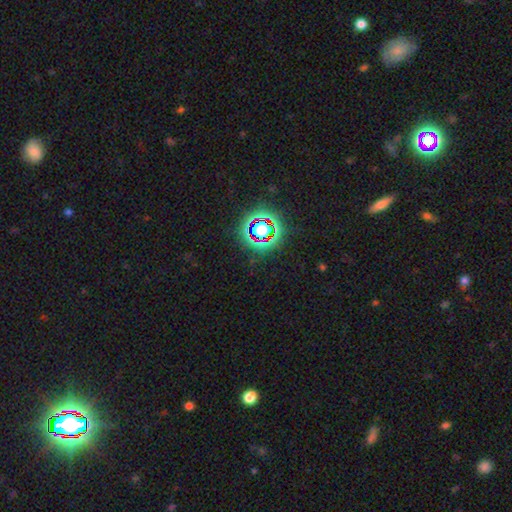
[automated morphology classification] Smooth or featured: star or artifact — 79% (smooth — 13%)